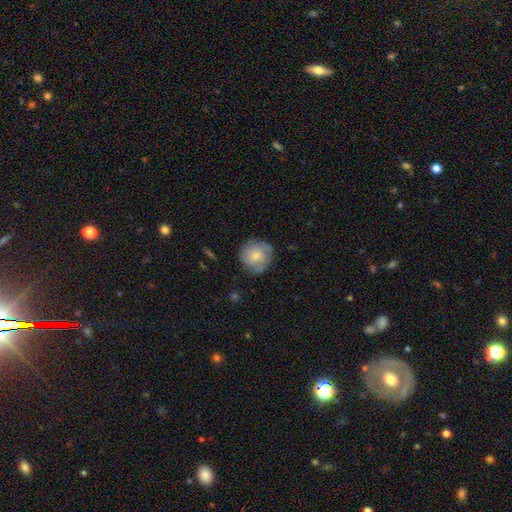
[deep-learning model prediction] Smooth or featured: smooth — 62% (featured or disk — 31%)
How rounded: round — 92% (in between — 7%)
Merging: none — 77% (minor disturbance — 17%)